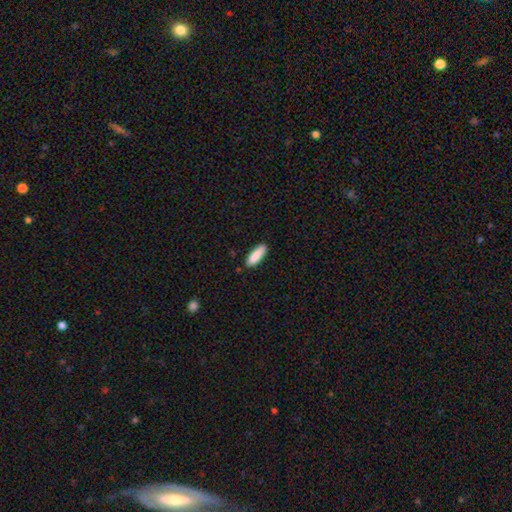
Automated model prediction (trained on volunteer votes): A smooth galaxy with no disk features (89%) that is in between round and cigar-shaped (51%). Merging: none (85%).